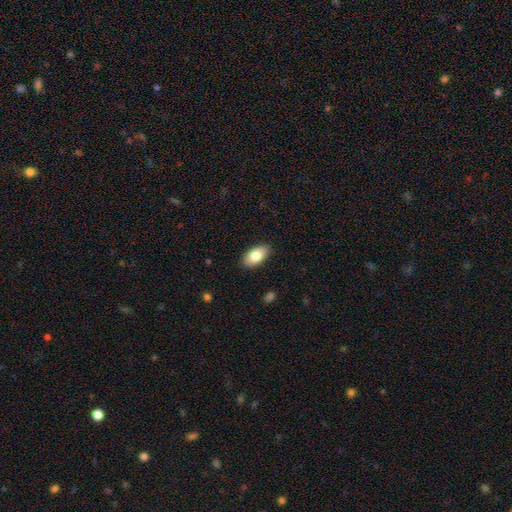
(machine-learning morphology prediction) A smooth galaxy with no disk features (81%) that is in between round and cigar-shaped (94%).

Vote fractions:
- Smooth or featured? smooth: 81% / featured or disk: 13% / star or artifact: 6%
- How rounded? in between: 94% / round: 3% / cigar-shaped: 3%
- Merging? none: 88% / minor disturbance: 9% / major disturbance: 2% / merger: 1%